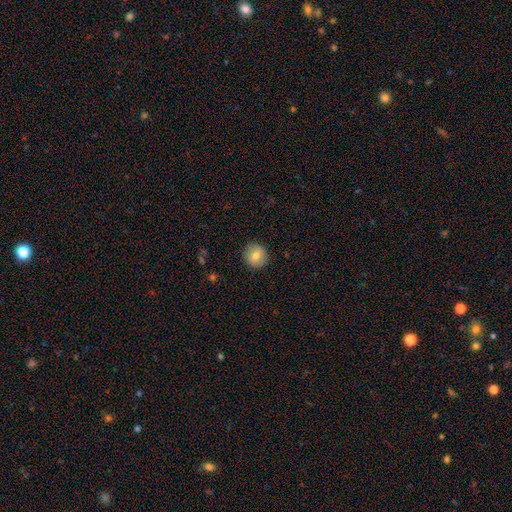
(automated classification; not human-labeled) smooth-or-featured: smooth: 75% | featured or disk: 16% | star or artifact: 9%
  how-rounded: round: 91% | in between: 8% | cigar-shaped: 1%
  merging: none: 89% | minor disturbance: 8% | major disturbance: 2% | merger: 1%